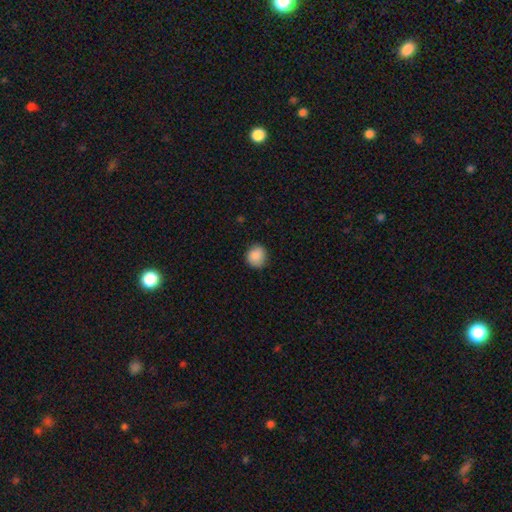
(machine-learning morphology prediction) Smooth or featured?
  - smooth: 88% *
  - star or artifact: 8%
  - featured or disk: 4%
How rounded?
  - round: 86% *
  - in between: 13%
  - cigar-shaped: 1%
Merging?
  - none: 84% *
  - minor disturbance: 13%
  - major disturbance: 3%
  - merger: 1%